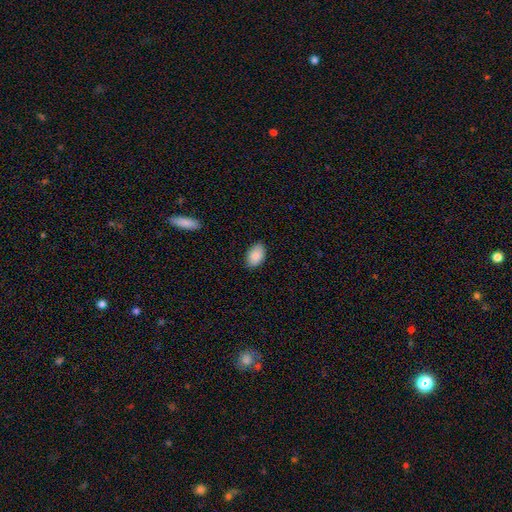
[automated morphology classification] type=smooth (89%); roundness=in between (91%); merging=none (87%).